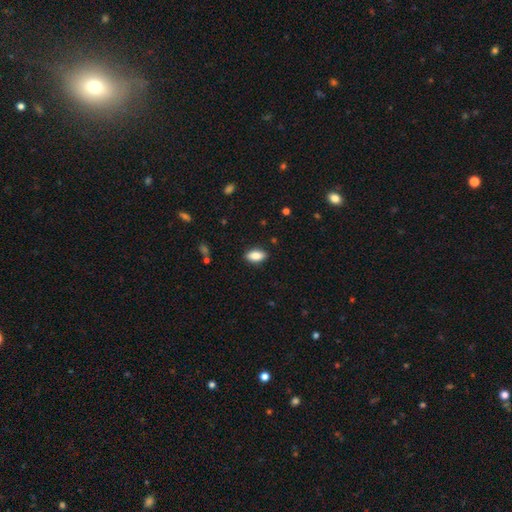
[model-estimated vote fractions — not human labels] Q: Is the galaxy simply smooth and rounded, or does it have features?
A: smooth — 86%.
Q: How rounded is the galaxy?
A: in between — 91%.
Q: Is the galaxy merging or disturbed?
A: none — 89%.